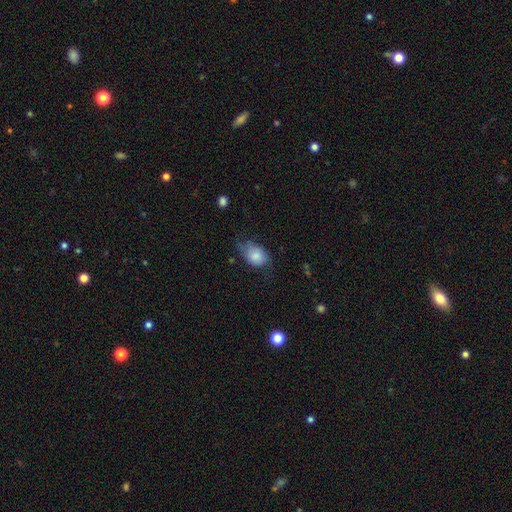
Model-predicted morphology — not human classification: Smooth or featured? Predicted: smooth (p=0.79). How rounded? Predicted: in between (p=0.78). Merging? Predicted: none (p=0.41).